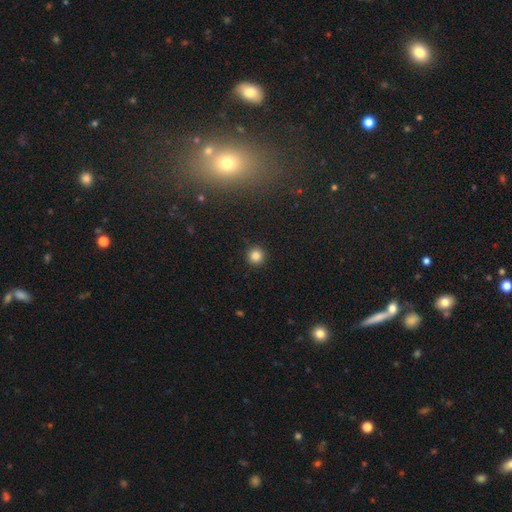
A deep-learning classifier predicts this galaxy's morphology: smooth 84%, star or artifact 12%, featured or disk 4%. Down the decision tree: how rounded — round (95%); merging — none (92%).